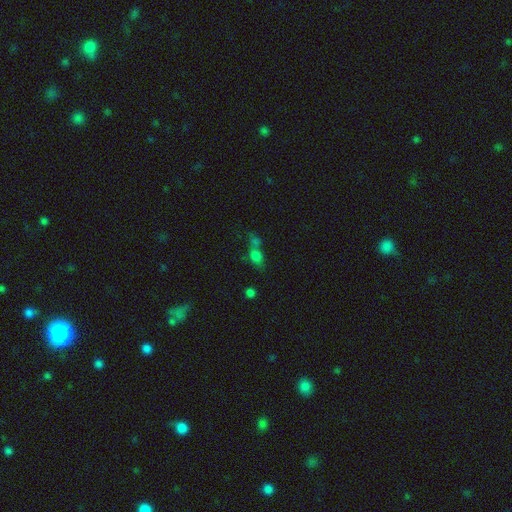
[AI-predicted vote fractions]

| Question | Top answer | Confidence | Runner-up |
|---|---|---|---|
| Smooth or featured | smooth | 67% | star or artifact (18%) |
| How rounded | in between | 62% | round (28%) |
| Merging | merger | 48% | none (30%) |